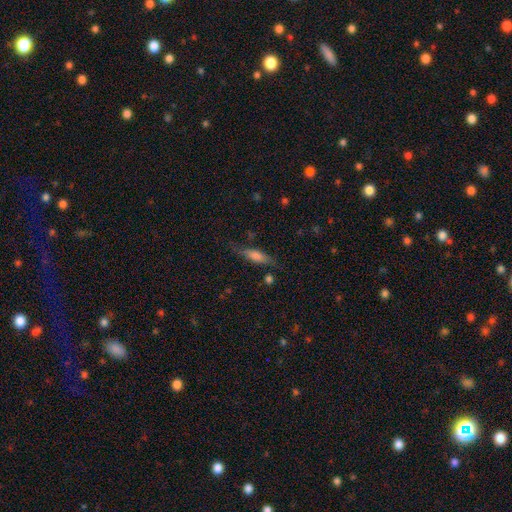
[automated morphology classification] Q: Smooth or featured?
A: smooth (66%); runner-up: featured or disk (26%)
Q: How rounded?
A: cigar-shaped (51%); runner-up: in between (46%)
Q: Merging?
A: none (65%); runner-up: minor disturbance (23%)